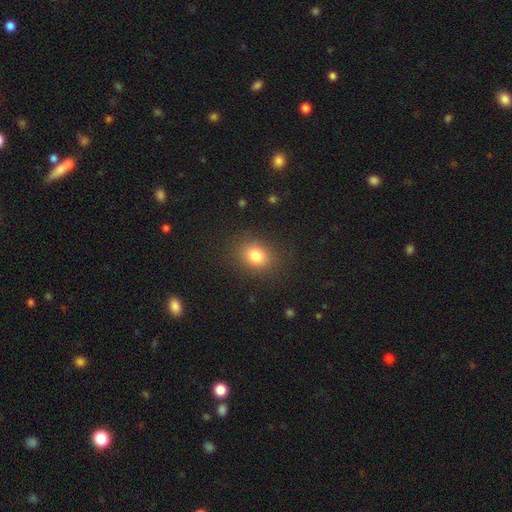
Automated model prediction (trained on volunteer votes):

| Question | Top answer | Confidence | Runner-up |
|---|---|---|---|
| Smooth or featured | smooth | 81% | star or artifact (12%) |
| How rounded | round | 51% | in between (48%) |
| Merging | none | 85% | minor disturbance (10%) |